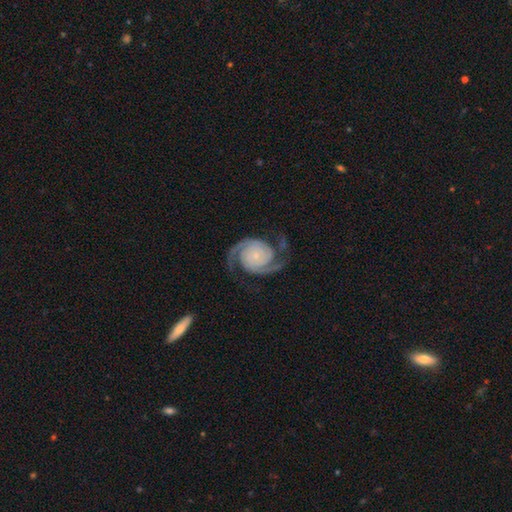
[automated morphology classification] Smooth or featured: featured or disk — 93% (star or artifact — 4%)
Edge-on disk: no — 98% (yes — 2%)
Bar: no — 79% (weak — 14%)
Spiral arms: yes — 99% (no — 1%)
Spiral winding: tight — 47% (medium — 43%)
Spiral arm count: 2 — 93% (3 — 2%)
Bulge size: small — 75% (none — 11%)
Merging: none — 77% (minor disturbance — 15%)